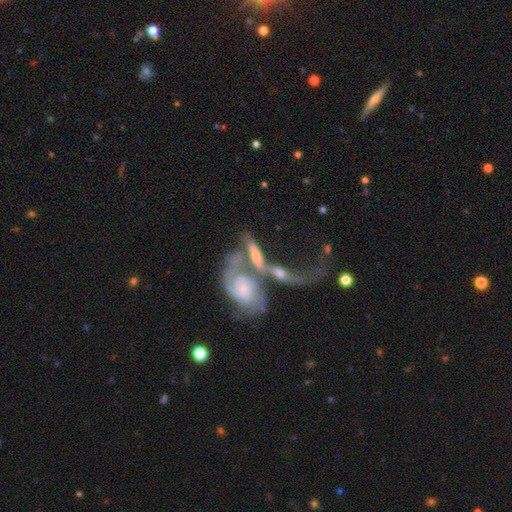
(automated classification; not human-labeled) This appears to be a featured or disk galaxy (76%) with no bar (65%), 2 (64%) loose (41%) spiral arms (88%) and a small central bulge (64%). Merging: merger (68%).